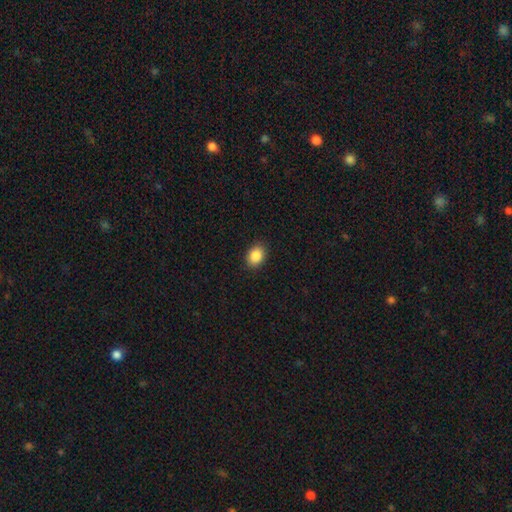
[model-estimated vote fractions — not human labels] Smooth or featured: smooth — 87% (star or artifact — 8%)
How rounded: in between — 67% (round — 32%)
Merging: none — 90% (minor disturbance — 7%)